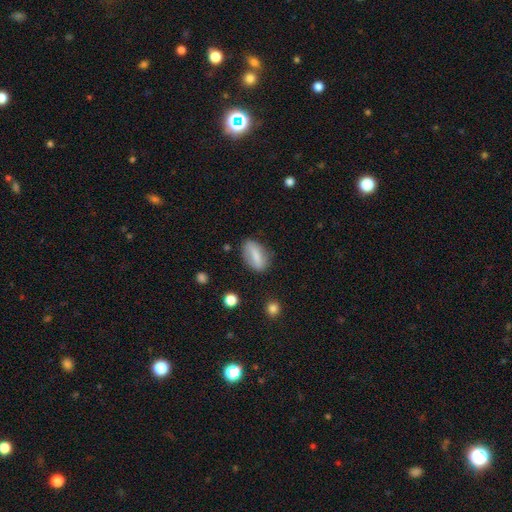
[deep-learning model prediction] The model was most divided on "smooth or featured": smooth: 74%, featured or disk: 18%, star or artifact: 8%. More confident: how rounded — in between (84%); merging — none (75%).